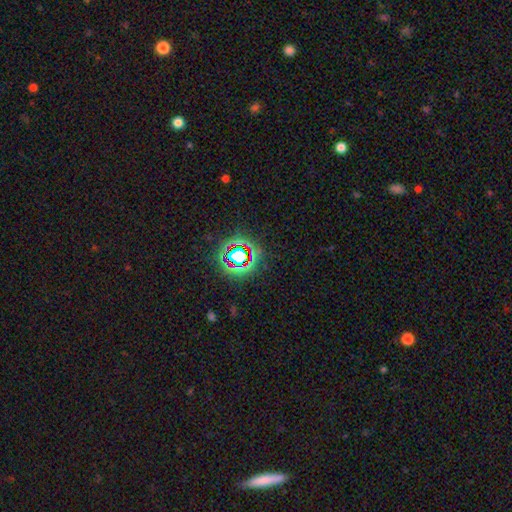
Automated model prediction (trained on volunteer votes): This appears to be a star or artifact, not a galaxy (75%).